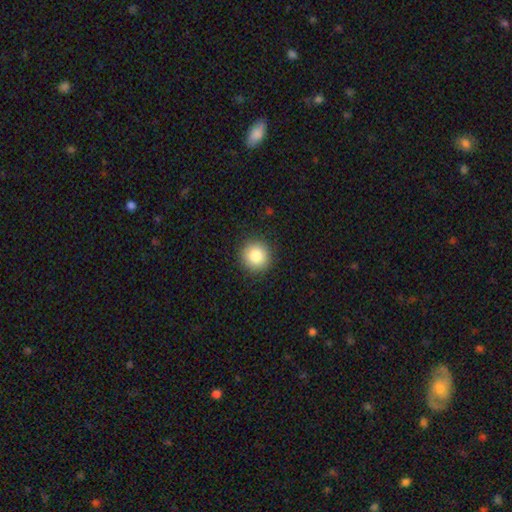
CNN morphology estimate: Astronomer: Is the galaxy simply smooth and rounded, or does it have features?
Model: smooth — 83%.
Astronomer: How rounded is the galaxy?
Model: round — 93%.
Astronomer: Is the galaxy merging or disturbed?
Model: none — 91%.